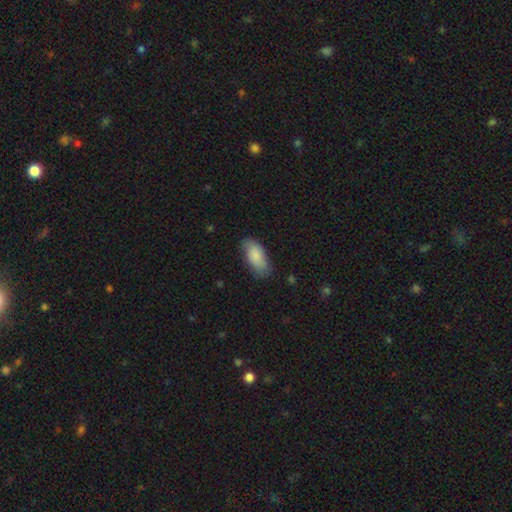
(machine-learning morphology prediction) smooth 81%, featured or disk 13%, star or artifact 6%. Down the decision tree: how rounded — in between (90%); merging — none (70%).